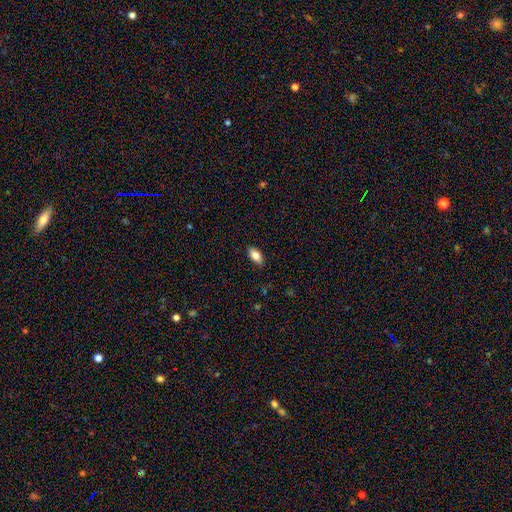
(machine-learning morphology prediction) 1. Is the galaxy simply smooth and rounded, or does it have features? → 81% smooth, 12% featured or disk, 7% star or artifact.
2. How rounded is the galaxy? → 90% in between, 6% cigar-shaped, 3% round.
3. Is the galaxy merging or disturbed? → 87% none, 10% minor disturbance, 2% major disturbance, 1% merger.